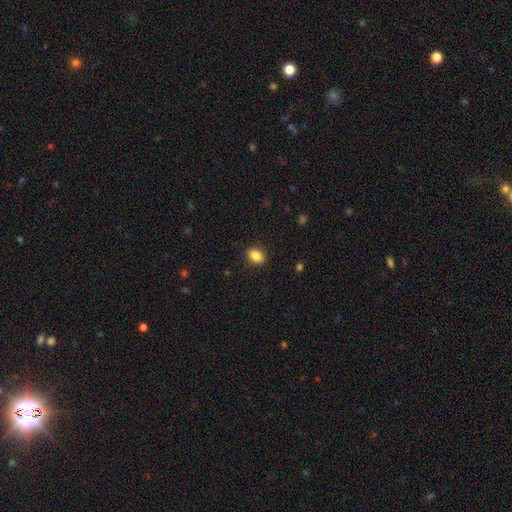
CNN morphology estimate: This is clearly a smooth galaxy (86%). How rounded: clearly in between (81%). Merging: clearly none (88%).